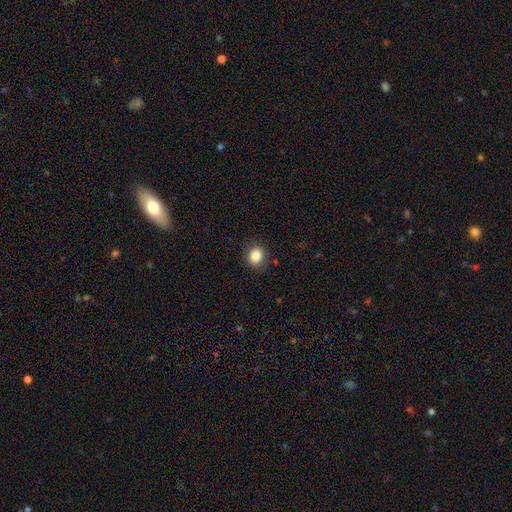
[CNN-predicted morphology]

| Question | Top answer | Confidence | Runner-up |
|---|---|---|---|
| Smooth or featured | smooth | 86% | star or artifact (10%) |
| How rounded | round | 68% | in between (32%) |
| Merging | none | 86% | minor disturbance (10%) |